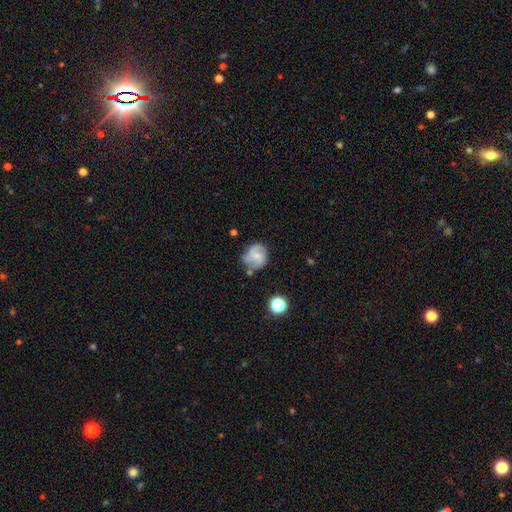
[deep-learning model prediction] smooth-or-featured: featured or disk: 52% | smooth: 39% | star or artifact: 9%
  disk-edge-on: no: 97% | yes: 3%
    bar: no: 52% | weak: 39% | strong: 9%
    has-spiral-arms: yes: 84% | no: 16%
    bulge-size: small: 54% | moderate: 26% | none: 17% | large: 2% | dominant: 1%
  merging: none: 60% | minor disturbance: 24% | major disturbance: 9% | merger: 7%